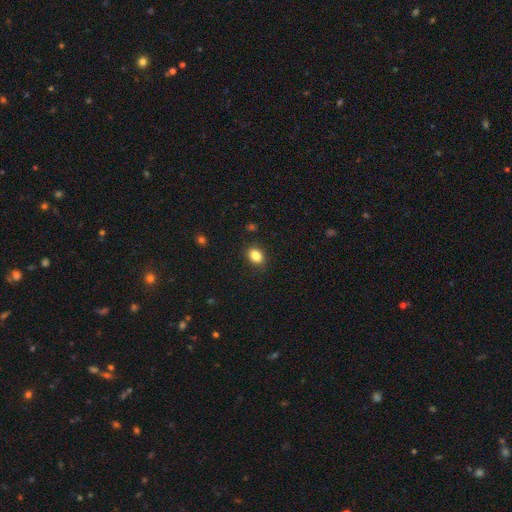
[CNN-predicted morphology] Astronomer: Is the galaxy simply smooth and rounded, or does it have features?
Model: smooth — 86%.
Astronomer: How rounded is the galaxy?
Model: in between — 68%.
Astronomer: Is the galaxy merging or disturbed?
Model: none — 86%.